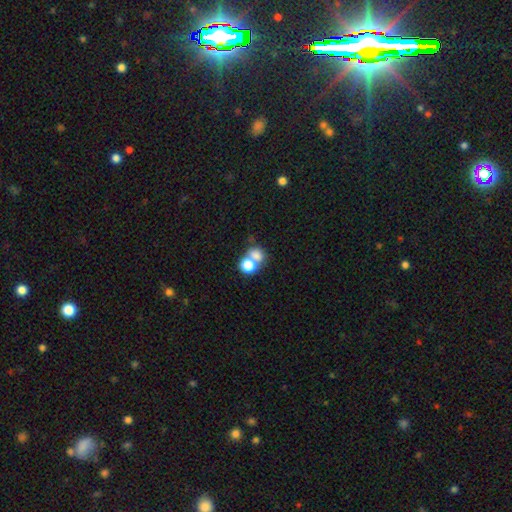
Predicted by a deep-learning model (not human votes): Overall: smooth (73%). How rounded: round (59%; in between 40%). Merging: merger (55%; none 33%).